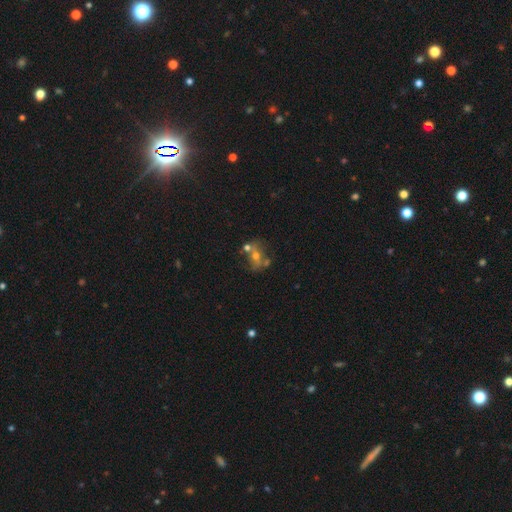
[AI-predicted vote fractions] Overall: featured or disk (42%; smooth 38%). Merging: none (44%; merger 31%).